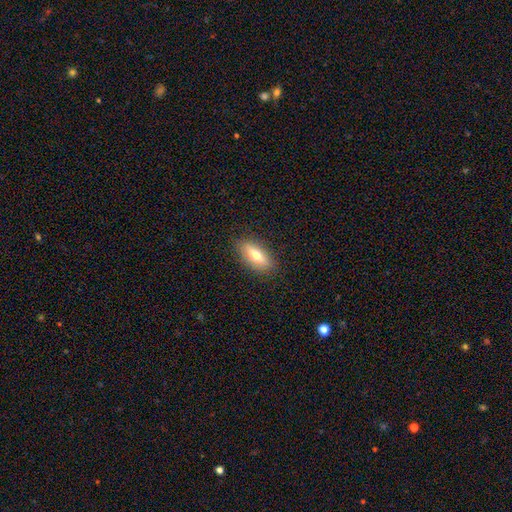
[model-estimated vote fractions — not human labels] smooth_or_featured: smooth (p=0.62) [alt: featured or disk p=0.31]
how_rounded: in between (p=0.71) [alt: cigar-shaped p=0.25]
merging: none (p=0.87) [alt: minor disturbance p=0.10]